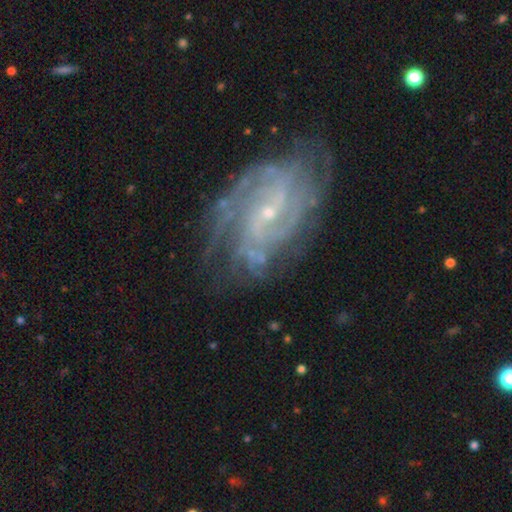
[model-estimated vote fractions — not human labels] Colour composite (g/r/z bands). It shows a featured or disk galaxy (83%) with no bar (50%), tight (50%) spiral arms (95%) and a small central bulge (76%). Merging: none (65%).